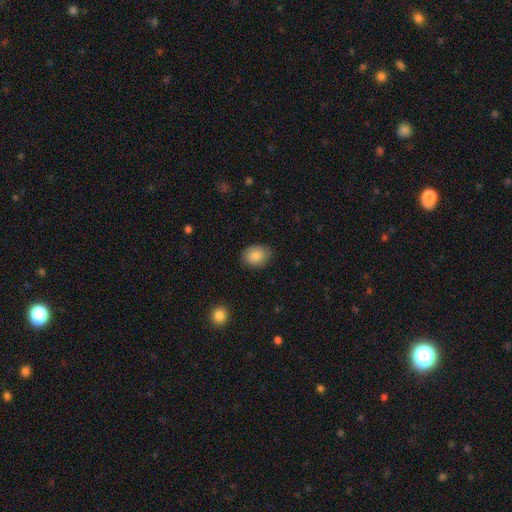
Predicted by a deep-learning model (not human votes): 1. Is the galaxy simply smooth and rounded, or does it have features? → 86% smooth, 8% star or artifact, 6% featured or disk.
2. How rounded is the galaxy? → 60% in between, 39% round, 1% cigar-shaped.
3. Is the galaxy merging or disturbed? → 83% none, 13% minor disturbance, 3% major disturbance, 1% merger.